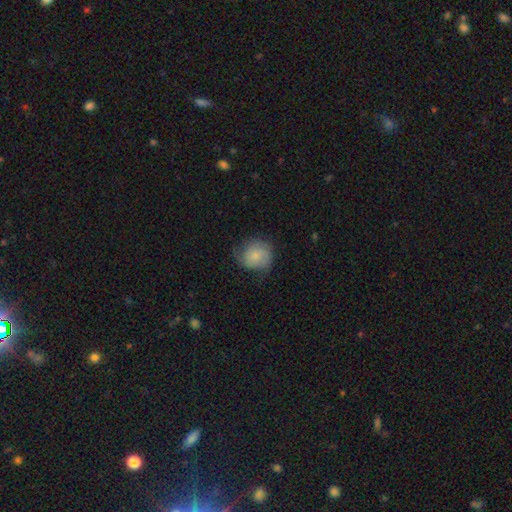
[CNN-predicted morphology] Overall: smooth (66%; featured or disk 27%). How rounded: round (80%). Merging: none (55%; minor disturbance 31%).